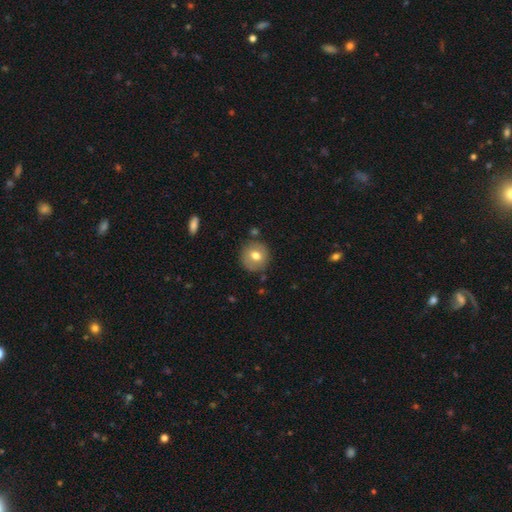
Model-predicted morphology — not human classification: Overall: smooth (72%). How rounded: round (92%). Merging: none (84%).